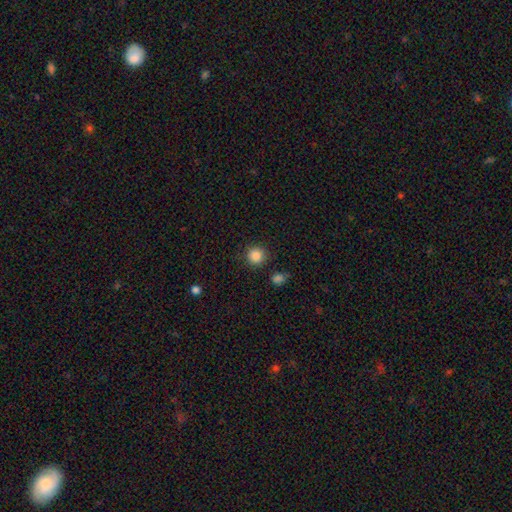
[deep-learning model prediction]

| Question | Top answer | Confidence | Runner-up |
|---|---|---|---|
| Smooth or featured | smooth | 85% | star or artifact (11%) |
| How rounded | round | 94% | in between (5%) |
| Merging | none | 88% | minor disturbance (7%) |